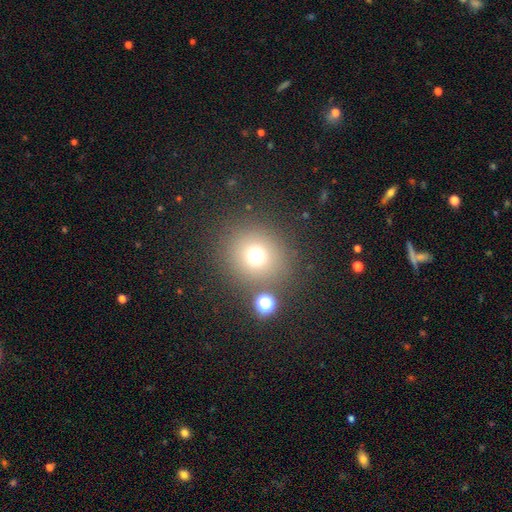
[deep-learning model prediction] Q: Smooth or featured?
A: smooth (70%); runner-up: star or artifact (21%)
Q: How rounded?
A: round (91%); runner-up: in between (8%)
Q: Merging?
A: none (81%); runner-up: minor disturbance (7%)